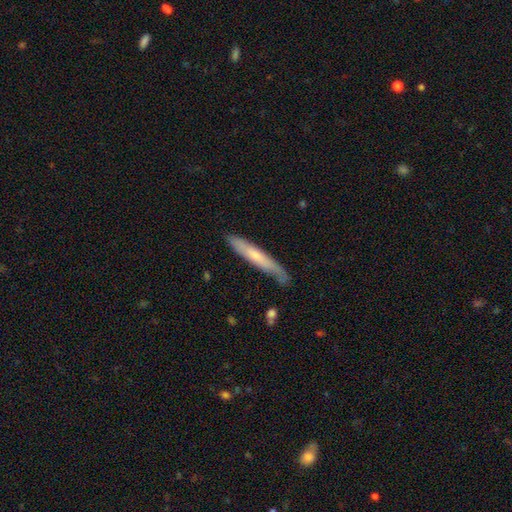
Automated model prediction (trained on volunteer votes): Overall: smooth (55%; featured or disk 40%). How rounded: cigar-shaped (93%). Merging: none (73%).